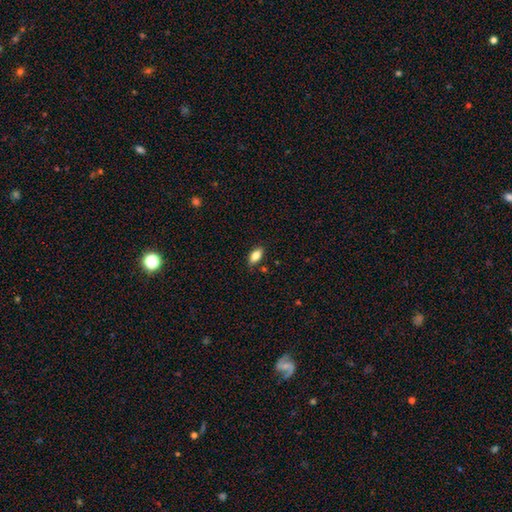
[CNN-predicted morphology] Q: Smooth or featured?
A: smooth (81%); runner-up: featured or disk (11%)
Q: How rounded?
A: in between (90%); runner-up: cigar-shaped (6%)
Q: Merging?
A: none (84%); runner-up: minor disturbance (11%)